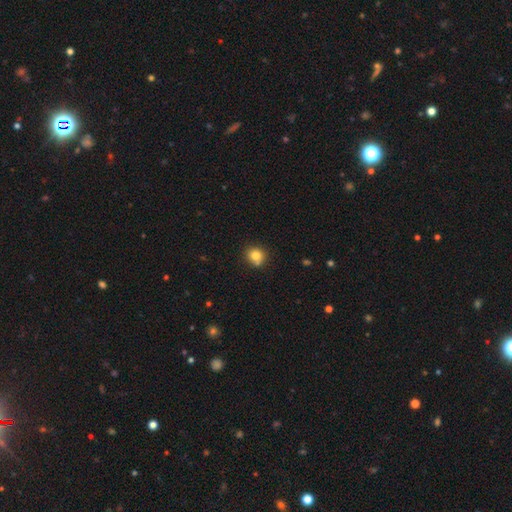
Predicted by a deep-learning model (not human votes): This appears to be a smooth galaxy with no disk features (80%) that is round (85%). Merging: none (69%).